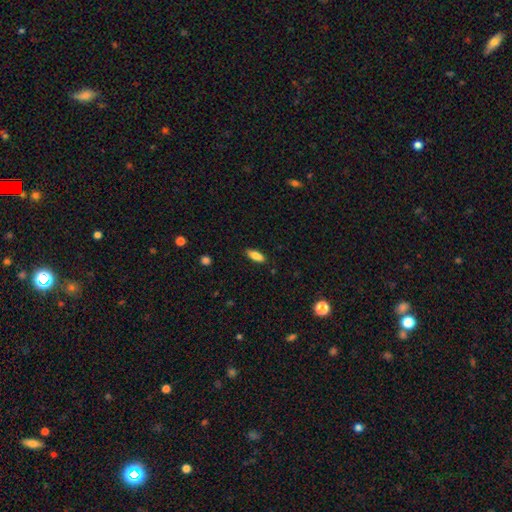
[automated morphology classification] type=smooth (82%); roundness=in between (75%); merging=none (85%).